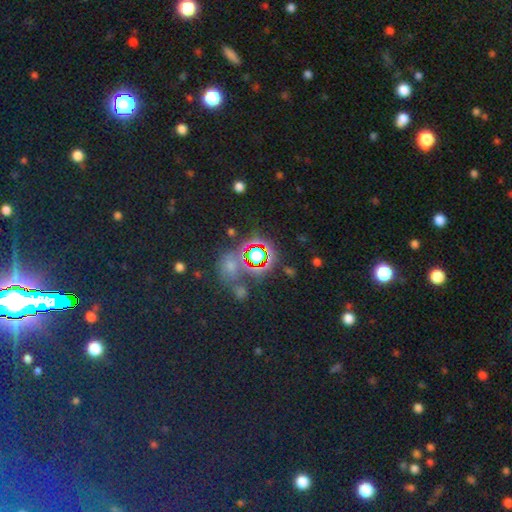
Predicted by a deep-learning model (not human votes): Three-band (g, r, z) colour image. It shows a star or artifact, not a galaxy (67%).